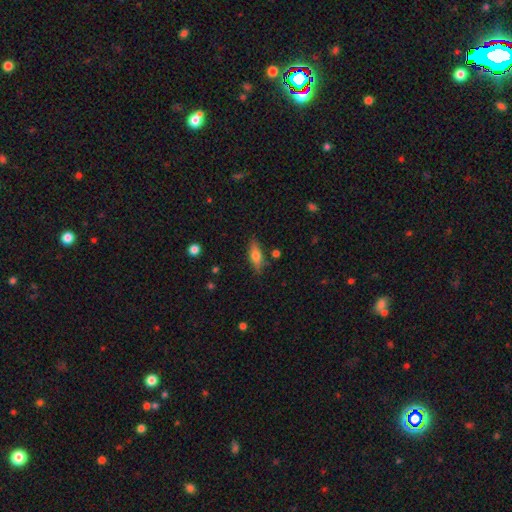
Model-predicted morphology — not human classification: Smooth or featured?
  - smooth: 59% *
  - featured or disk: 33%
  - star or artifact: 8%
How rounded?
  - in between: 55% *
  - cigar-shaped: 41%
  - round: 4%
Merging?
  - none: 82% *
  - minor disturbance: 13%
  - major disturbance: 3%
  - merger: 3%